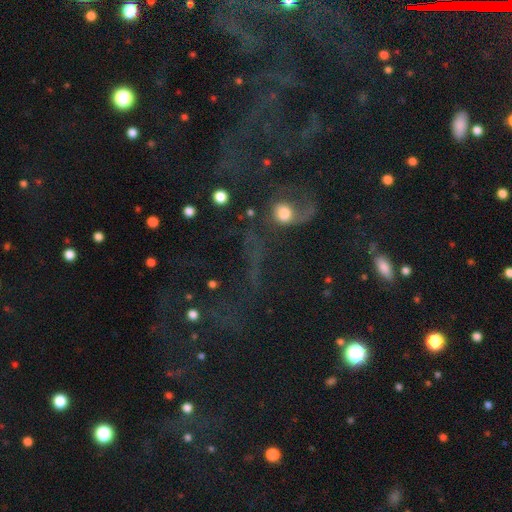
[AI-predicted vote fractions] star or artifact 48%, smooth 26%, featured or disk 26%.